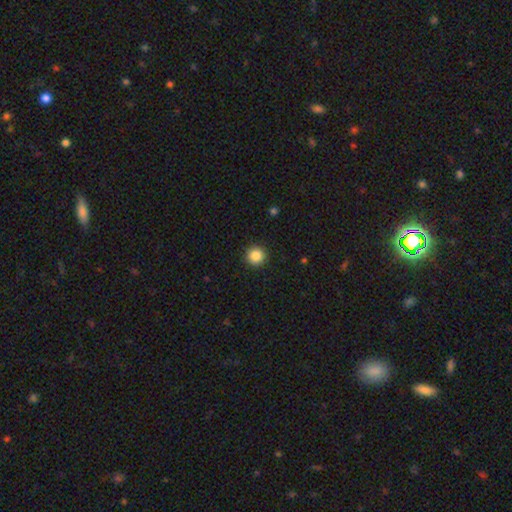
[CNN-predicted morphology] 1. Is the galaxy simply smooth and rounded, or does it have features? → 87% smooth, 10% star or artifact, 3% featured or disk.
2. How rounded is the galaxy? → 95% round, 4% in between, 1% cigar-shaped.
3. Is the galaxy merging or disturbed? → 93% none, 5% minor disturbance, 2% major disturbance, 1% merger.